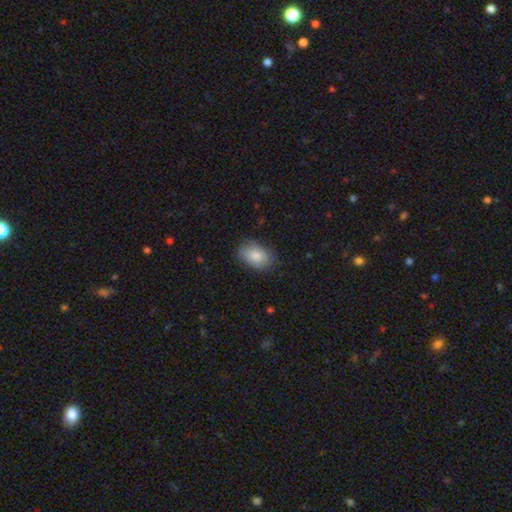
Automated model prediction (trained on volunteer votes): Smooth or featured? Predicted: smooth (p=0.82). How rounded? Predicted: in between (p=0.85). Merging? Predicted: none (p=0.78).